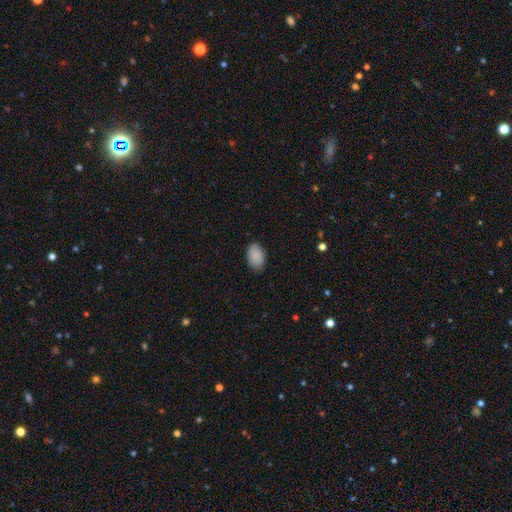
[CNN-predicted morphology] smooth_or_featured: smooth (p=0.89) [alt: star or artifact p=0.06]
how_rounded: in between (p=0.91) [alt: round p=0.08]
merging: none (p=0.85) [alt: minor disturbance p=0.12]